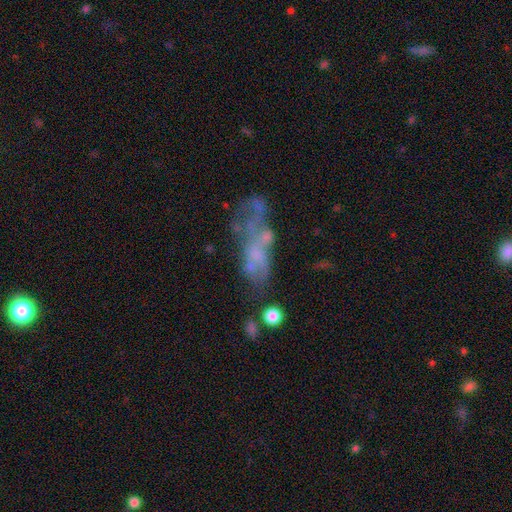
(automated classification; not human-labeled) This appears to be a featured or disk galaxy (54%). Merging: major disturbance (30%).